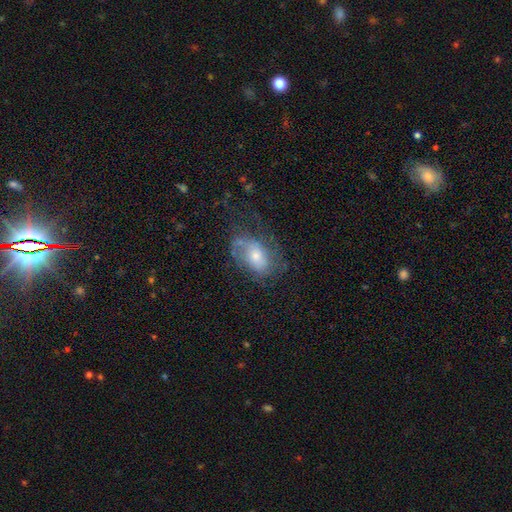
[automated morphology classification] type=featured or disk (58%); edge-on=no (94%); bar=no (68%); spiral arms=yes (74%); bulge=moderate (51%); merging=none (50%).